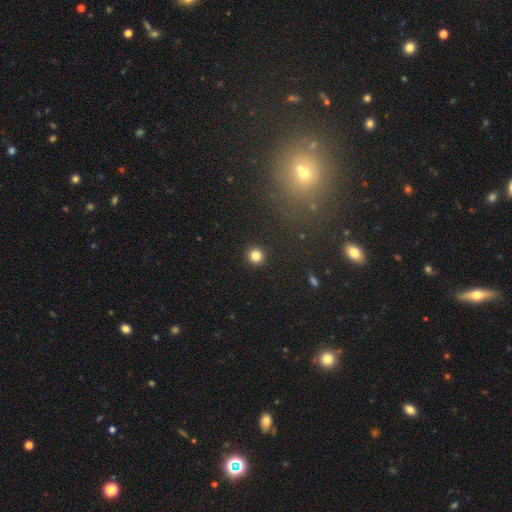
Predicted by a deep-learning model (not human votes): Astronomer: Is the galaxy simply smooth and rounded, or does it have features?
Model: smooth — 83%.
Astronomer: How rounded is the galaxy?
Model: round — 95%.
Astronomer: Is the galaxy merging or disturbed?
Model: none — 93%.